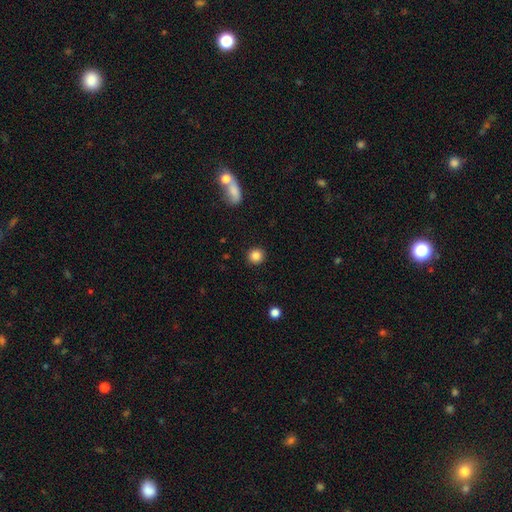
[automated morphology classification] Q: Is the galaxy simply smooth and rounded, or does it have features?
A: smooth — 86%.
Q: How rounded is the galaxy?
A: round — 93%.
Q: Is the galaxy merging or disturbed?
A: none — 92%.